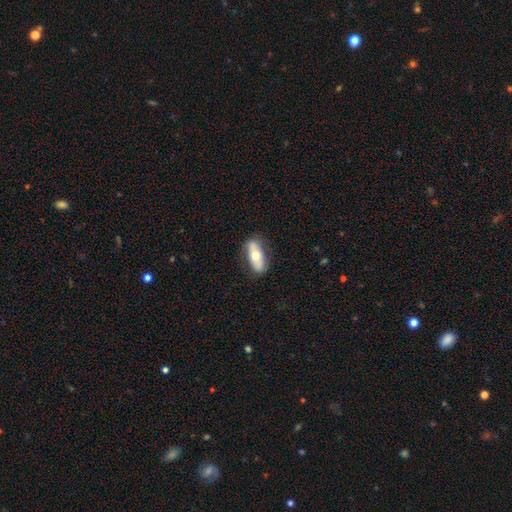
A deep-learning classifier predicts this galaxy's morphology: This appears to be a smooth galaxy with no disk features (57%) that is in between round and cigar-shaped (77%). Merging: none (81%).